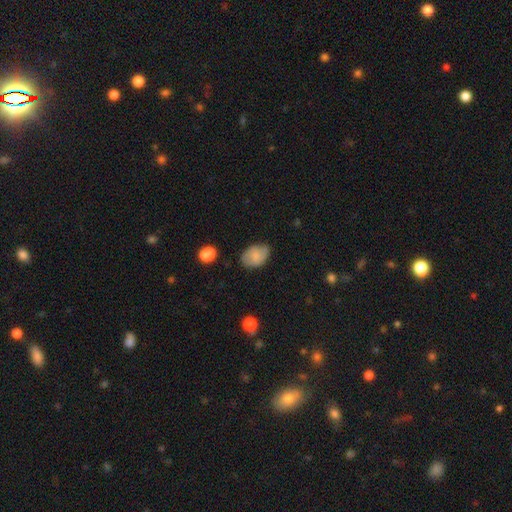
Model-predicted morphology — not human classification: Overall: smooth (78%). How rounded: in between (85%). Merging: none (72%).